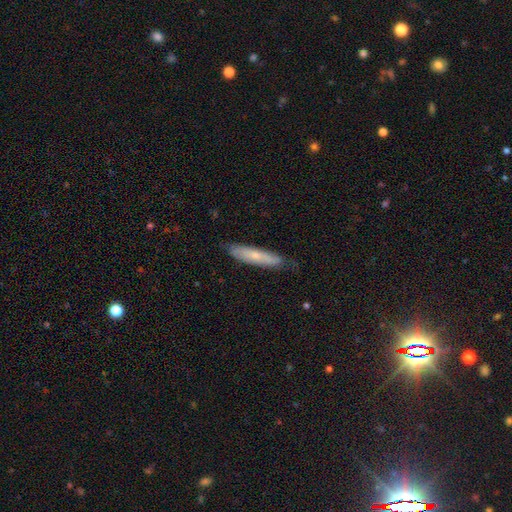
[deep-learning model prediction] Morphology: type=smooth (58%); roundness=cigar-shaped (86%); merging=none (78%).